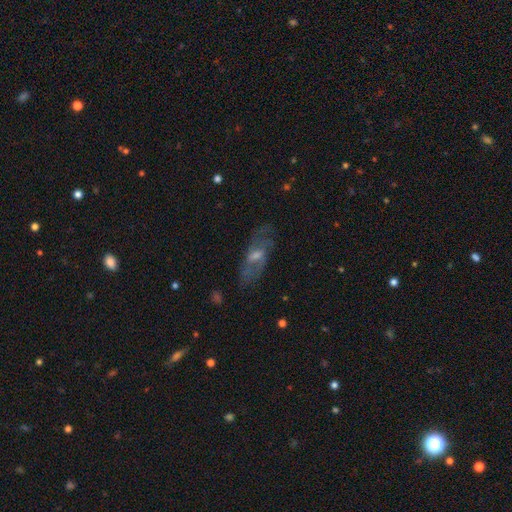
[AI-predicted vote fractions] This appears to be a featured or disk galaxy (61%). Merging: none (68%).